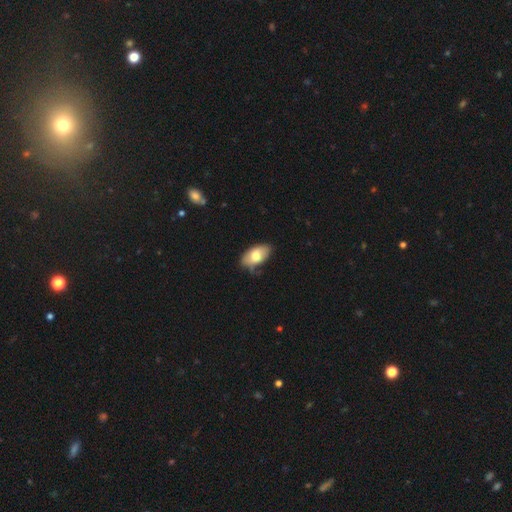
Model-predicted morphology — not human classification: Smooth or featured?
  - smooth: 74% *
  - featured or disk: 20%
  - star or artifact: 6%
How rounded?
  - in between: 94% *
  - round: 4%
  - cigar-shaped: 2%
Merging?
  - none: 60% *
  - minor disturbance: 30%
  - major disturbance: 6%
  - merger: 3%